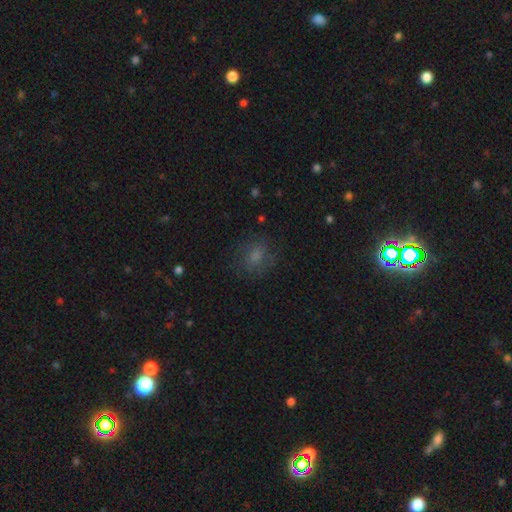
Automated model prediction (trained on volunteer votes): Smooth or featured?
  - smooth: 67% *
  - featured or disk: 18%
  - star or artifact: 15%
How rounded?
  - round: 51% *
  - in between: 47%
  - cigar-shaped: 2%
Merging?
  - none: 71% *
  - minor disturbance: 17%
  - major disturbance: 11%
  - merger: 1%